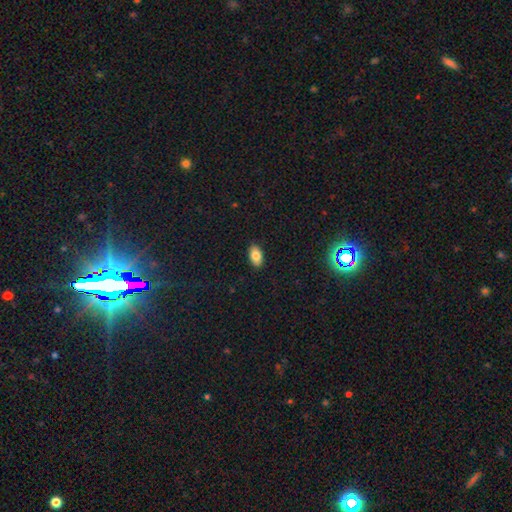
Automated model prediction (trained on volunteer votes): A smooth galaxy with no disk features (83%) that is in between round and cigar-shaped (93%). Merging: none (89%).